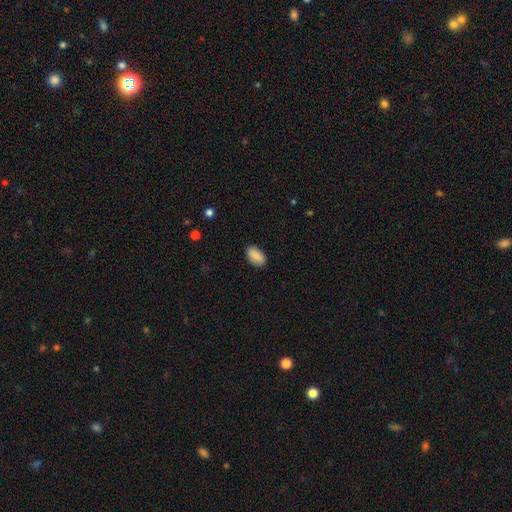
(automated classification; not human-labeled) Smooth or featured? Predicted: smooth (p=0.90). How rounded? Predicted: in between (p=0.94). Merging? Predicted: none (p=0.87).